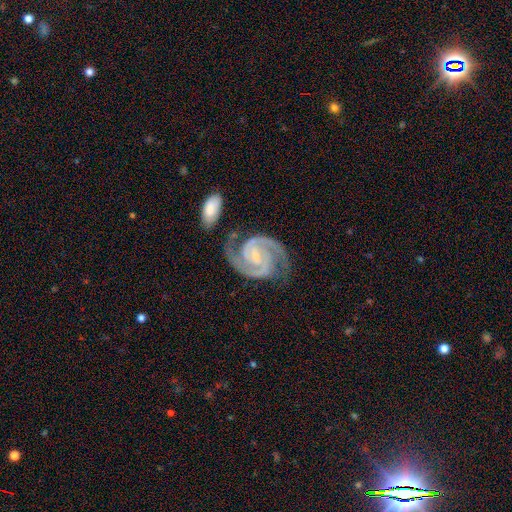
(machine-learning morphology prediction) type=featured or disk (93%); edge-on=no (98%); bar=weak (44%); spiral arms=yes (99%); winding=medium (48%); arm count=2 (93%); bulge=small (74%); merging=none (73%).